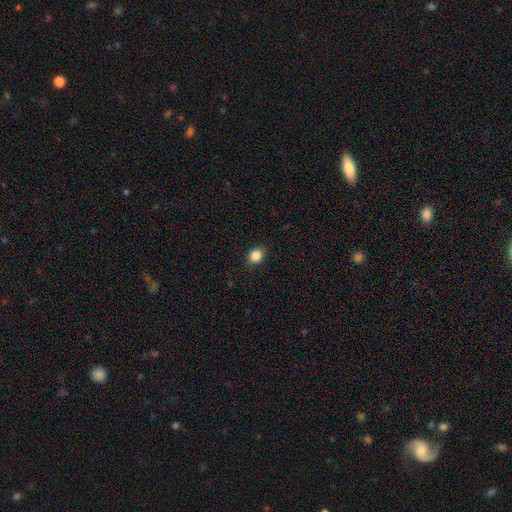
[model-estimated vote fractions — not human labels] This is clearly a smooth galaxy (85%). How rounded: likely round (62%). Merging: clearly none (89%).